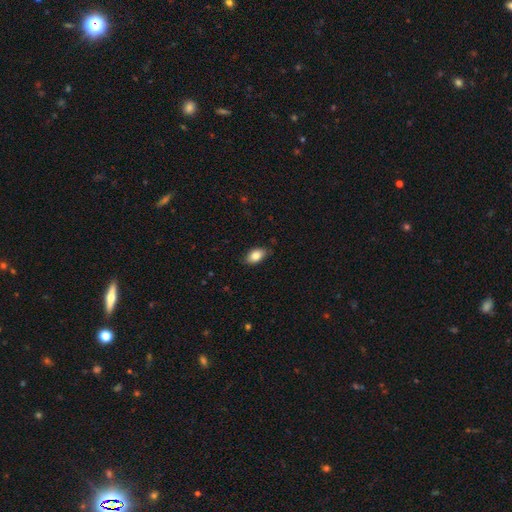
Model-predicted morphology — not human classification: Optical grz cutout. It shows a smooth galaxy with no disk features (85%) that is in between round and cigar-shaped (90%). Merging: none (81%).